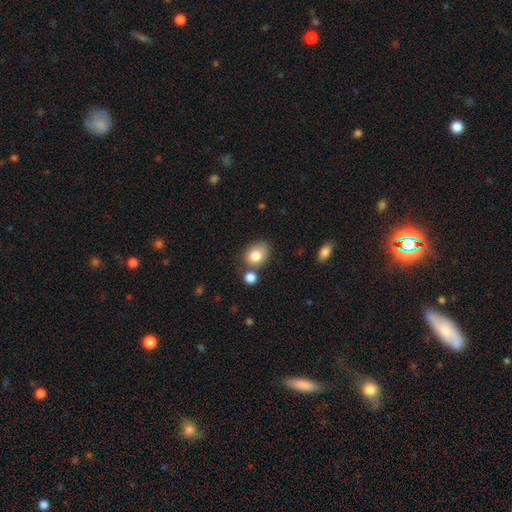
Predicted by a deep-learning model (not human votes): smooth_or_featured: smooth (p=0.82) [alt: featured or disk p=0.09]
how_rounded: in between (p=0.57) [alt: round p=0.42]
merging: none (p=0.60) [alt: merger p=0.18]